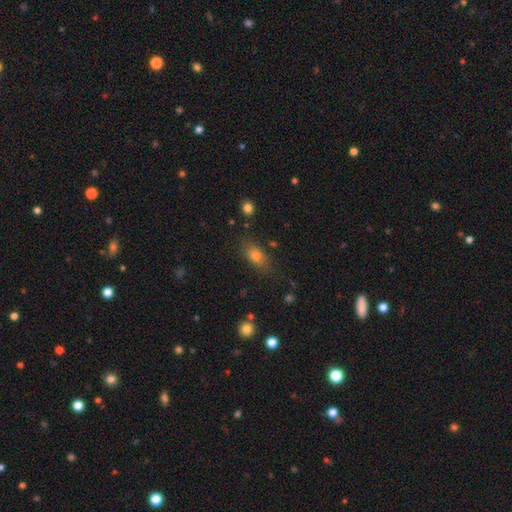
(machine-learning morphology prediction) A smooth galaxy with no disk features (74%) that is in between round and cigar-shaped (77%).

Vote fractions:
- Smooth or featured? smooth: 74% / featured or disk: 15% / star or artifact: 11%
- How rounded? in between: 77% / round: 11% / cigar-shaped: 11%
- Merging? none: 76% / minor disturbance: 16% / major disturbance: 5% / merger: 3%